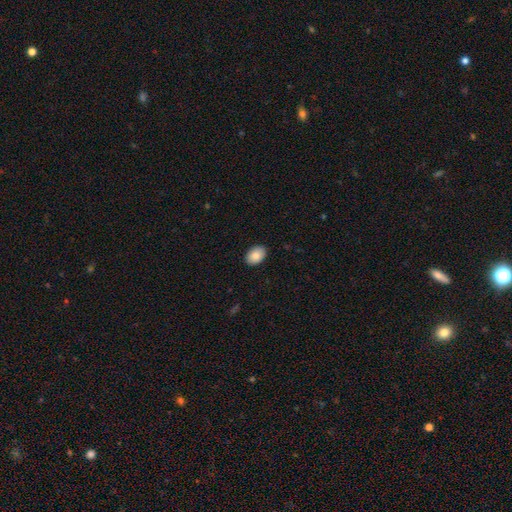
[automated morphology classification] type=smooth (87%); roundness=in between (84%); merging=none (90%).